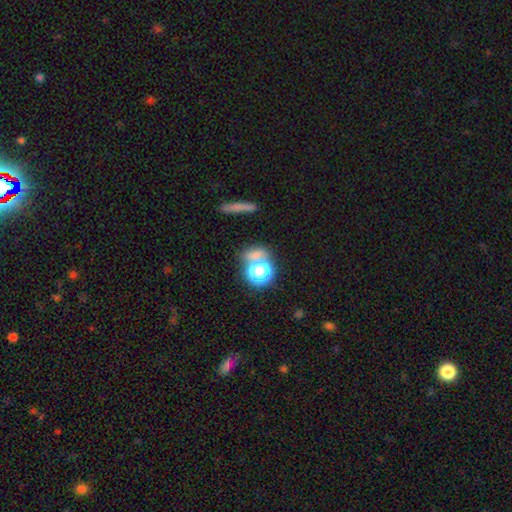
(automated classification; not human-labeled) Smooth or featured?
  - smooth: 57% *
  - star or artifact: 33%
  - featured or disk: 10%
How rounded?
  - round: 69% *
  - in between: 21%
  - cigar-shaped: 9%
Merging?
  - none: 65% *
  - merger: 20%
  - minor disturbance: 10%
  - major disturbance: 6%